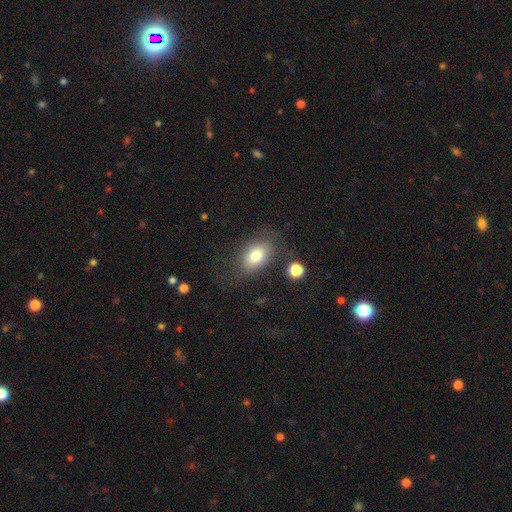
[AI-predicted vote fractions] Smooth or featured? smooth (77%)
How rounded? in between (86%)
Merging? none (71%)